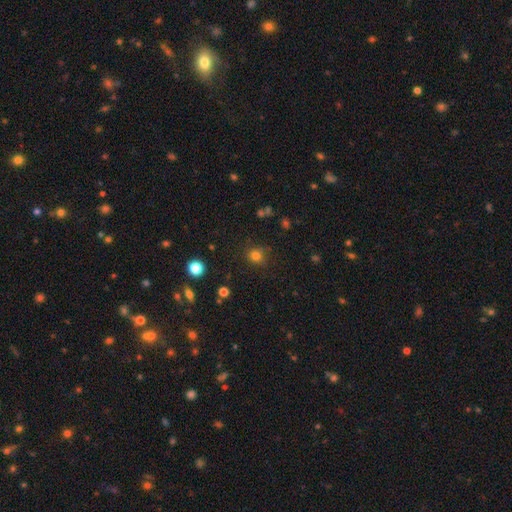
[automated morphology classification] Smooth or featured?
  - smooth: 79% *
  - star or artifact: 16%
  - featured or disk: 5%
How rounded?
  - round: 82% *
  - in between: 17%
  - cigar-shaped: 1%
Merging?
  - none: 81% *
  - minor disturbance: 12%
  - major disturbance: 4%
  - merger: 2%